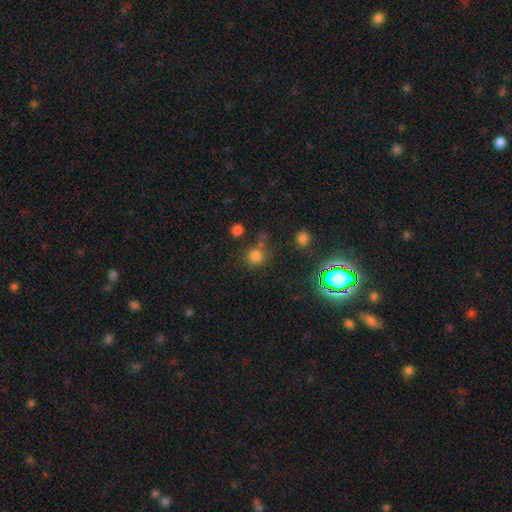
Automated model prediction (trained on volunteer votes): Smooth or featured: smooth — 74% (star or artifact — 20%)
How rounded: round — 90% (in between — 9%)
Merging: none — 68% (merger — 15%)